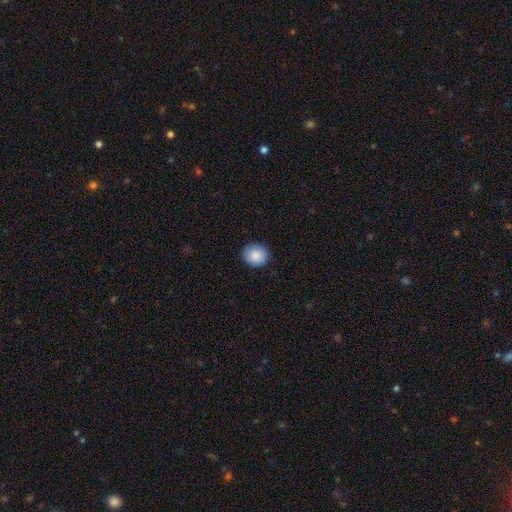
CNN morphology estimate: Smooth or featured?
  - smooth: 87% *
  - star or artifact: 8%
  - featured or disk: 5%
How rounded?
  - round: 84% *
  - in between: 15%
  - cigar-shaped: 1%
Merging?
  - none: 88% *
  - minor disturbance: 9%
  - major disturbance: 2%
  - merger: 1%